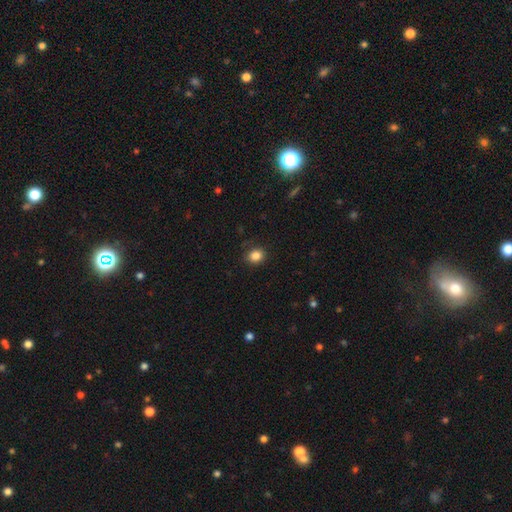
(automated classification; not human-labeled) A smooth galaxy with no disk features (85%) that is round (69%).

Vote fractions:
- Smooth or featured? smooth: 85% / star or artifact: 11% / featured or disk: 4%
- How rounded? round: 69% / in between: 31% / cigar-shaped: 1%
- Merging? none: 85% / minor disturbance: 11% / major disturbance: 3% / merger: 1%